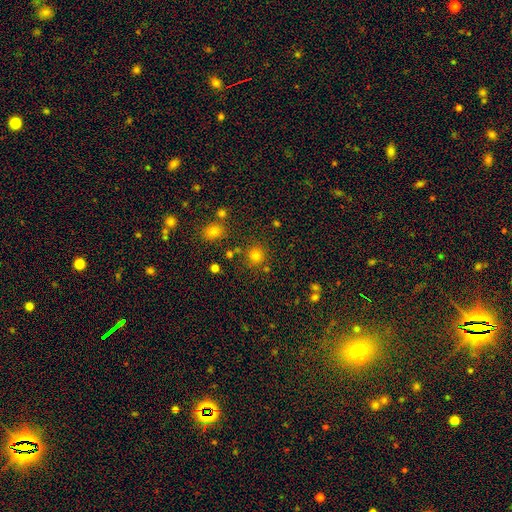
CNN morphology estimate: This appears to be a smooth galaxy with no disk features (77%) that is round (91%). Merging: none (80%).